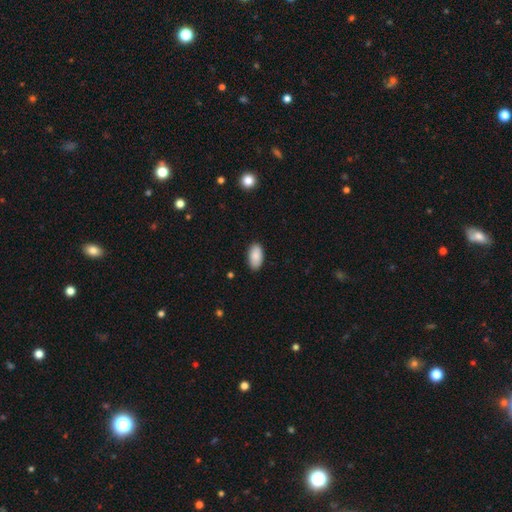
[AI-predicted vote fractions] This appears to be a smooth galaxy with no disk features (89%) that is in between round and cigar-shaped (95%). Merging: none (88%).